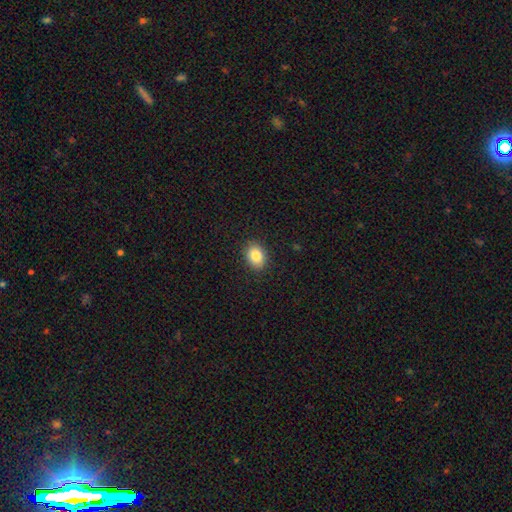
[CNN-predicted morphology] Smooth or featured? Predicted: smooth (p=0.84). How rounded? Predicted: in between (p=0.70). Merging? Predicted: none (p=0.89).